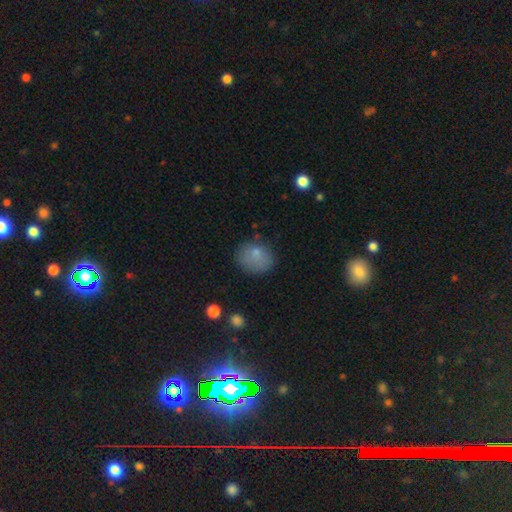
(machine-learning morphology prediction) Smooth or featured? Predicted: smooth (p=0.79). How rounded? Predicted: round (p=0.57). Merging? Predicted: none (p=0.69).